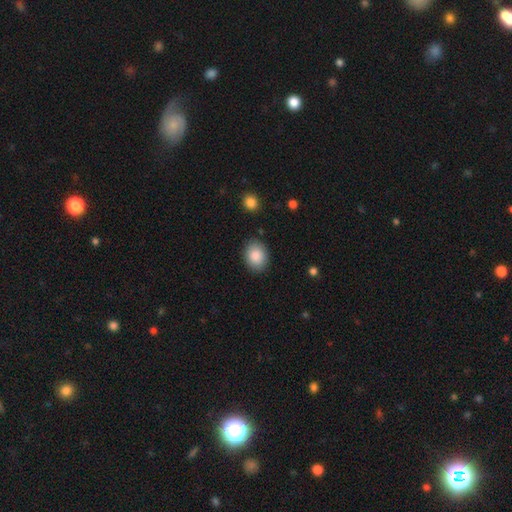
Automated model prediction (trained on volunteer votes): smooth-or-featured: smooth: 88% | star or artifact: 7% | featured or disk: 6%
  how-rounded: in between: 60% | round: 39% | cigar-shaped: 1%
  merging: none: 87% | minor disturbance: 9% | major disturbance: 2% | merger: 2%